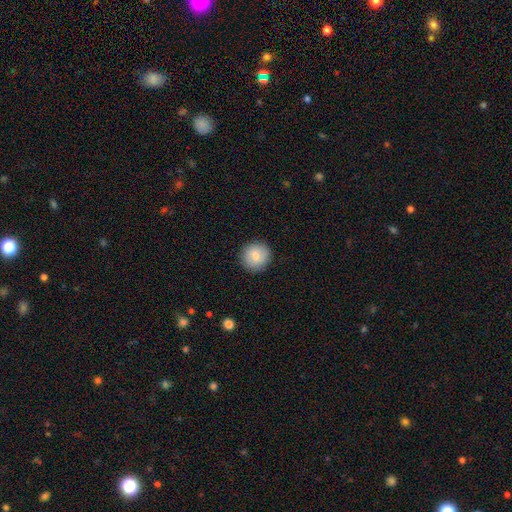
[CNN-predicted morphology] A smooth galaxy with no disk features (79%) that is round (93%). Merging: none (90%).